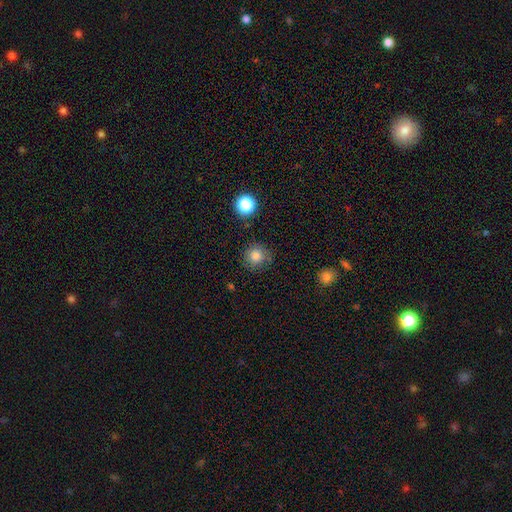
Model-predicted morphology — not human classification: smooth-or-featured: smooth: 81% | star or artifact: 12% | featured or disk: 7%
  how-rounded: round: 91% | in between: 8% | cigar-shaped: 1%
  merging: none: 79% | minor disturbance: 14% | major disturbance: 4% | merger: 2%